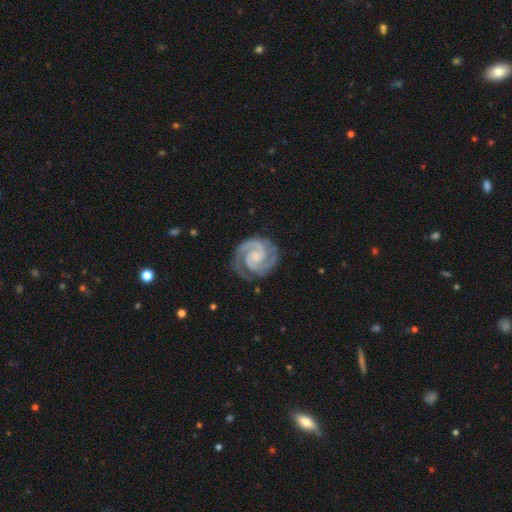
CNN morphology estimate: Smooth or featured? Predicted: featured or disk (p=0.93). Edge-on disk? Predicted: no (p=0.98). Bar? Predicted: no (p=0.56). Spiral arms? Predicted: yes (p=0.99). Spiral winding? Predicted: tight (p=0.64). Spiral arm count? Predicted: 2 (p=0.88). Bulge size? Predicted: small (p=0.50). Merging? Predicted: none (p=0.80).